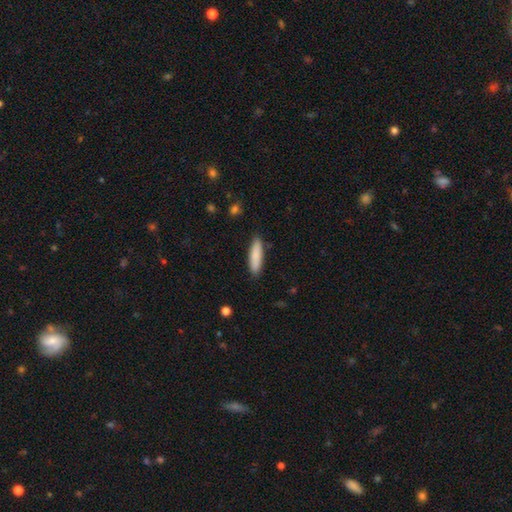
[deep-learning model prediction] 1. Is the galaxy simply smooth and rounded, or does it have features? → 86% smooth, 8% featured or disk, 6% star or artifact.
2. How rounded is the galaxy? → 71% cigar-shaped, 27% in between, 1% round.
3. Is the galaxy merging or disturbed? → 88% none, 9% minor disturbance, 2% major disturbance, 1% merger.